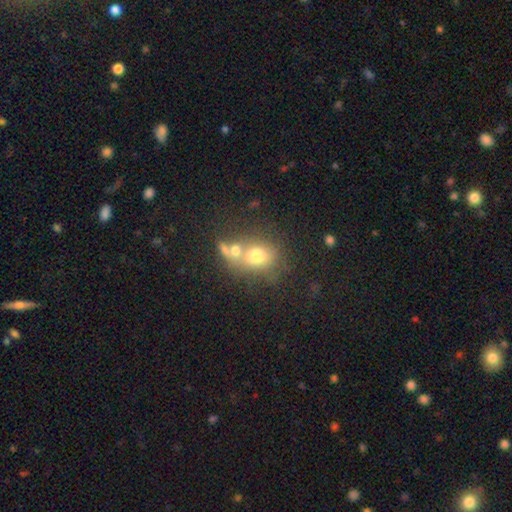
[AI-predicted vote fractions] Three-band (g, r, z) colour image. It shows a smooth galaxy with no disk features (68%) that is round (56%). Merging: merger (45%).